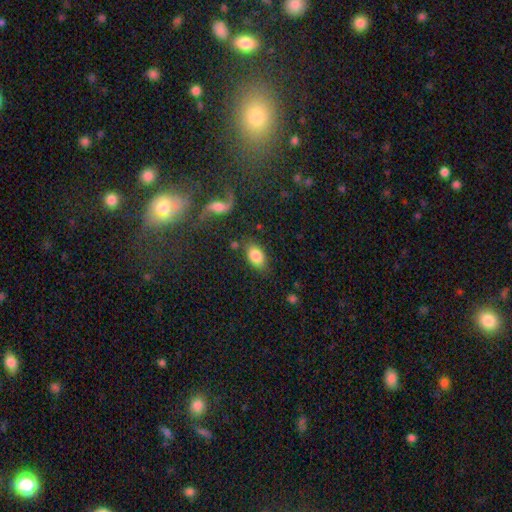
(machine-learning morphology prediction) Smooth or featured: smooth — 82% (featured or disk — 11%)
How rounded: in between — 90% (round — 8%)
Merging: none — 75% (minor disturbance — 15%)